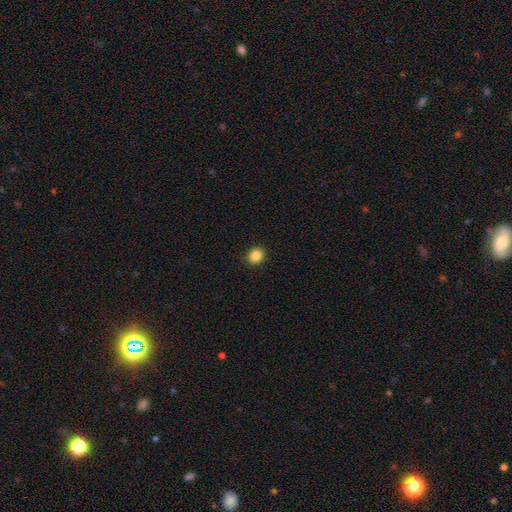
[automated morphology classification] Smooth or featured: smooth — 86% (star or artifact — 10%)
How rounded: round — 64% (in between — 35%)
Merging: none — 91% (minor disturbance — 6%)